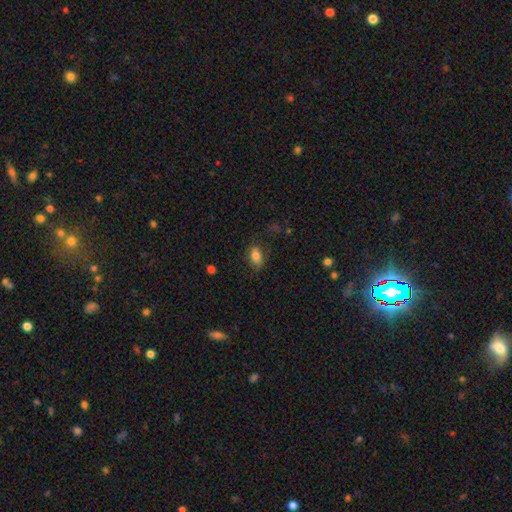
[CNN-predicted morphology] Overall: smooth (81%). How rounded: in between (85%). Merging: none (74%).